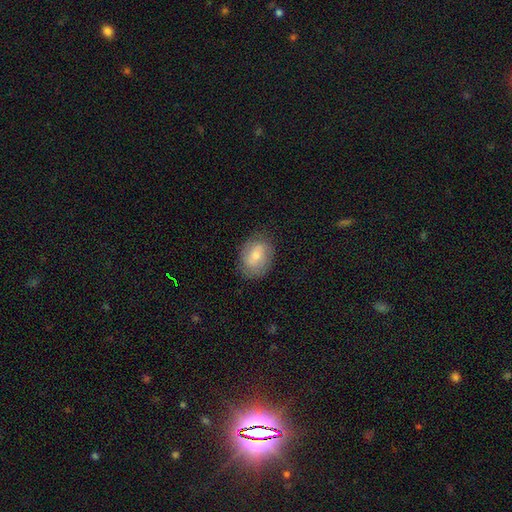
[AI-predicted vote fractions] A smooth galaxy with no disk features (58%) that is in between round and cigar-shaped (58%).

Vote fractions:
- Smooth or featured? smooth: 58% / featured or disk: 35% / star or artifact: 7%
- How rounded? in between: 58% / round: 41% / cigar-shaped: 1%
- Merging? none: 76% / minor disturbance: 17% / major disturbance: 6% / merger: 1%